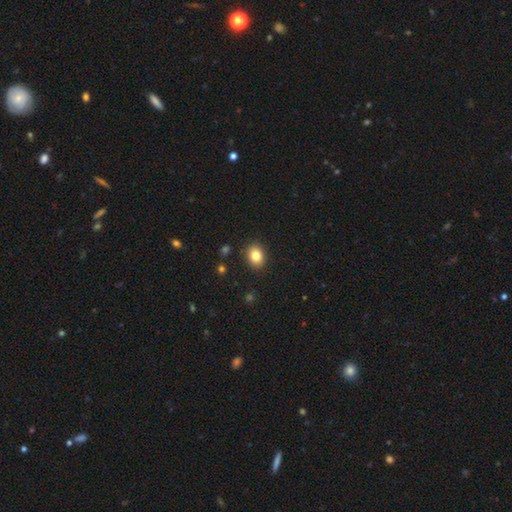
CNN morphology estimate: Smooth or featured? smooth (83%)
How rounded? round (50%)
Merging? none (89%)